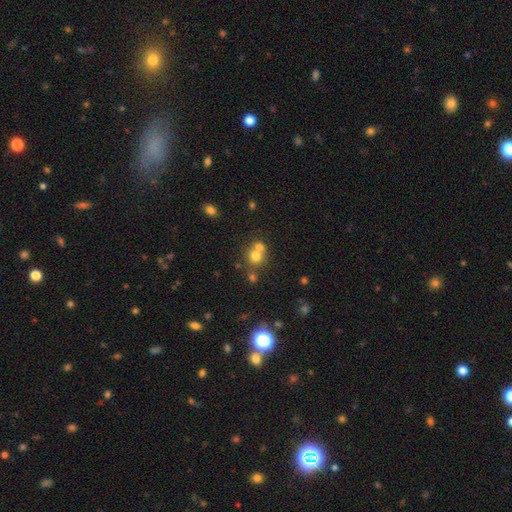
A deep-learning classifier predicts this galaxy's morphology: Smooth or featured: smooth — 70% (star or artifact — 16%)
How rounded: round — 83% (in between — 16%)
Merging: merger — 50% (none — 41%)